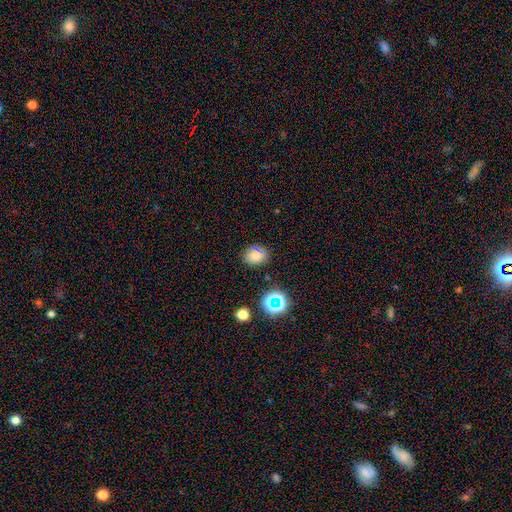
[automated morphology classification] A smooth galaxy with no disk features (68%) that is round (55%).

Vote fractions:
- Smooth or featured? smooth: 68% / star or artifact: 19% / featured or disk: 13%
- How rounded? round: 55% / in between: 44% / cigar-shaped: 1%
- Merging? none: 78% / minor disturbance: 15% / major disturbance: 4% / merger: 3%